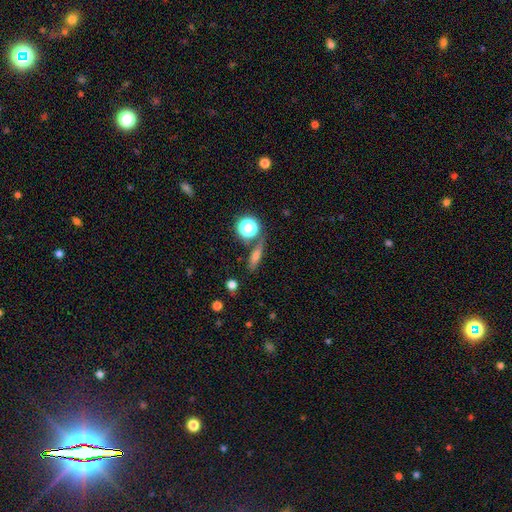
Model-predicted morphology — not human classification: Overall: smooth (54%; featured or disk 30%). How rounded: cigar-shaped (55%; in between 29%). Merging: none (76%).